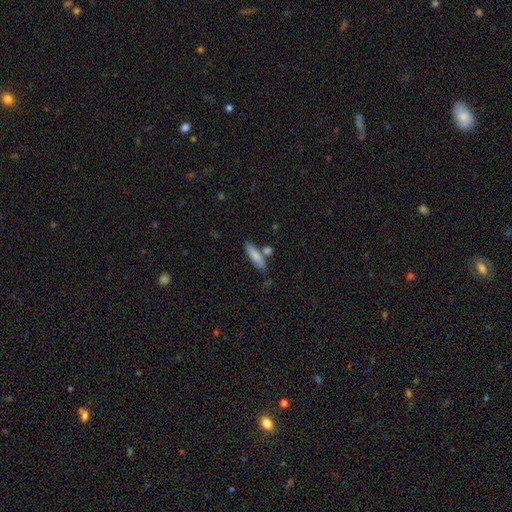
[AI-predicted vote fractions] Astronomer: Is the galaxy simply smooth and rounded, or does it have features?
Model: smooth — 81%.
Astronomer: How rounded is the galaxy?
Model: cigar-shaped — 68%.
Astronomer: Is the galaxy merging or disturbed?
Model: none — 71%.